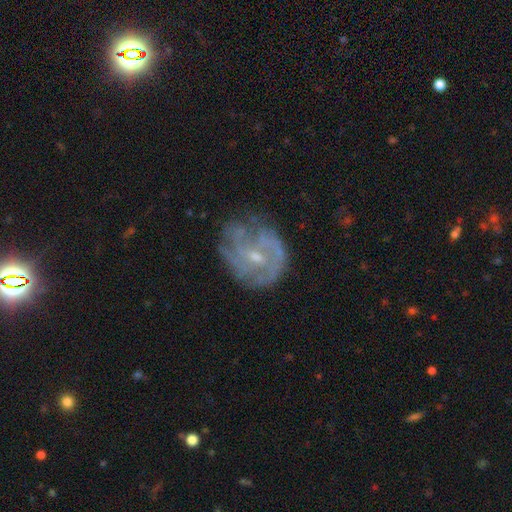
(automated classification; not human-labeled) Smooth or featured? Predicted: featured or disk (p=0.75). Edge-on disk? Predicted: no (p=0.97). Bar? Predicted: no (p=0.56). Spiral arms? Predicted: yes (p=0.79). Spiral winding? Predicted: tight (p=0.41). Spiral arm count? Predicted: can't tell (p=0.40). Bulge size? Predicted: small (p=0.67). Merging? Predicted: none (p=0.60).